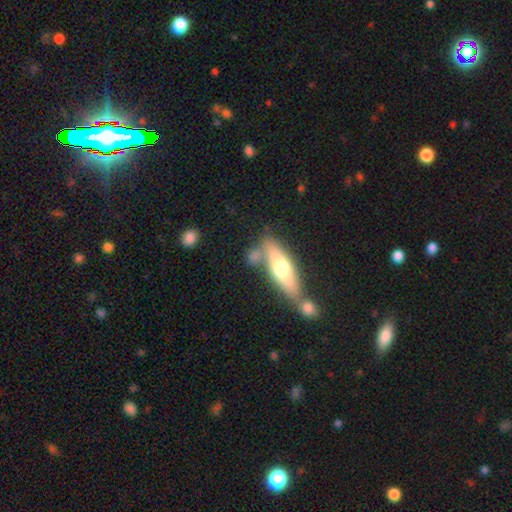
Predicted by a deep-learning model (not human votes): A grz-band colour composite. It shows a smooth galaxy with no disk features (55%) that is cigar-shaped (49%). Merging: none (55%).